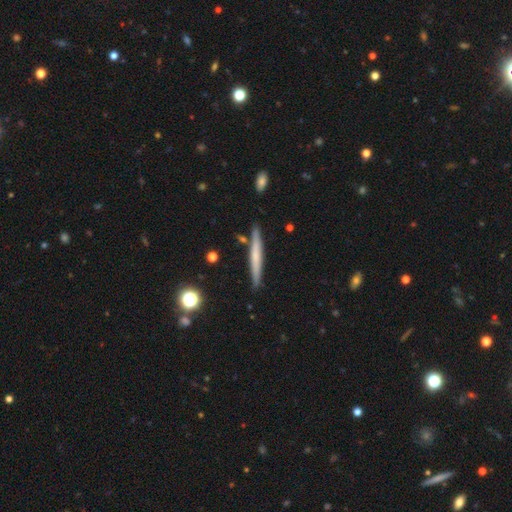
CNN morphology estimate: Q: Smooth or featured?
A: smooth (50%); runner-up: featured or disk (43%)
Q: How rounded?
A: cigar-shaped (96%); runner-up: in between (3%)
Q: Merging?
A: none (87%); runner-up: minor disturbance (8%)